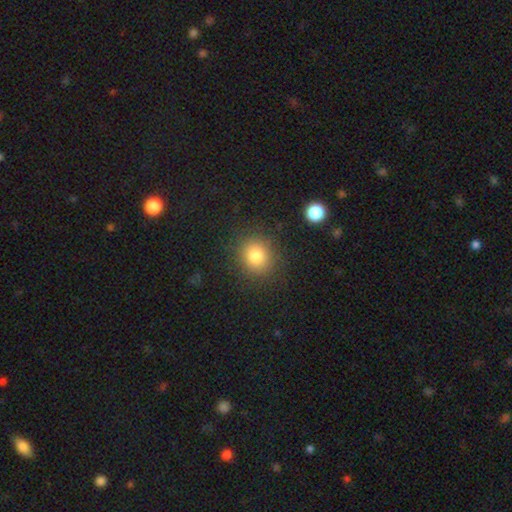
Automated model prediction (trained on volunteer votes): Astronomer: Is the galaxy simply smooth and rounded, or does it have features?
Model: smooth — 80%.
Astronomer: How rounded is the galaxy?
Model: round — 82%.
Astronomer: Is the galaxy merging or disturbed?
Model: none — 87%.